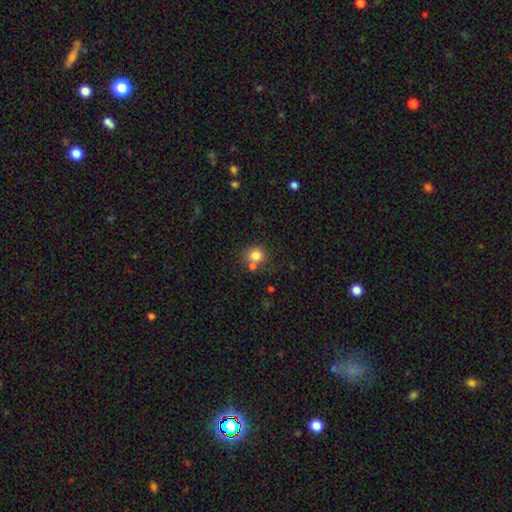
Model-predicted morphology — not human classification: A smooth galaxy with no disk features (81%) that is round (81%).

Vote fractions:
- Smooth or featured? smooth: 81% / star or artifact: 11% / featured or disk: 8%
- How rounded? round: 81% / in between: 18% / cigar-shaped: 1%
- Merging? none: 63% / merger: 22% / minor disturbance: 11% / major disturbance: 4%